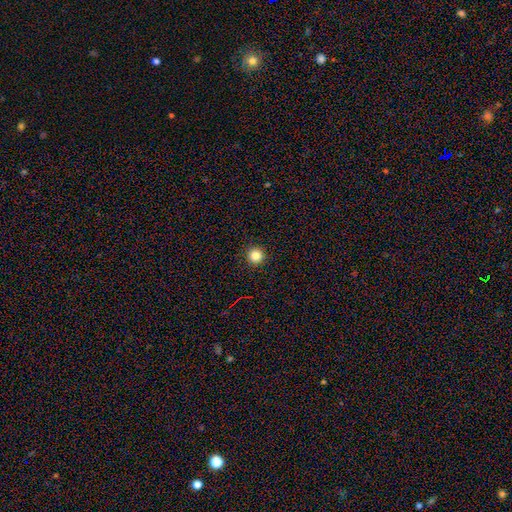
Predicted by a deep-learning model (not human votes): This appears to be a smooth galaxy with no disk features (84%) that is round (96%). Merging: none (93%).